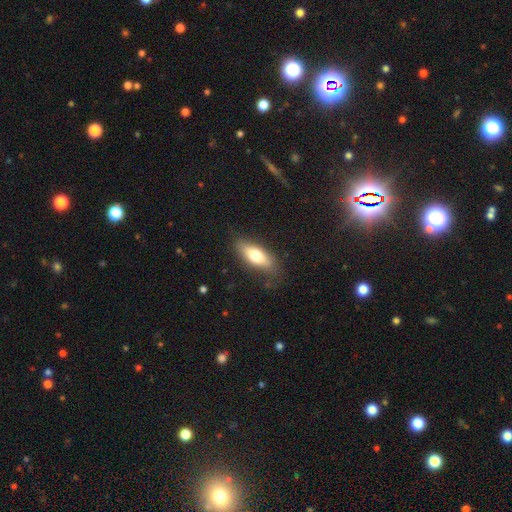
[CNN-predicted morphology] A smooth galaxy with no disk features (71%) that is in between round and cigar-shaped (73%). Merging: none (80%).